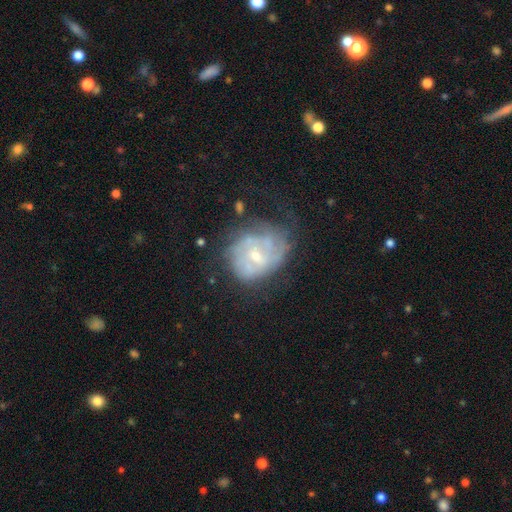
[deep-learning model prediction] This appears to be a featured or disk galaxy (73%) with no bar (54%), tight (53%) spiral arms (74%) and a small central bulge (58%). Merging: none (51%).